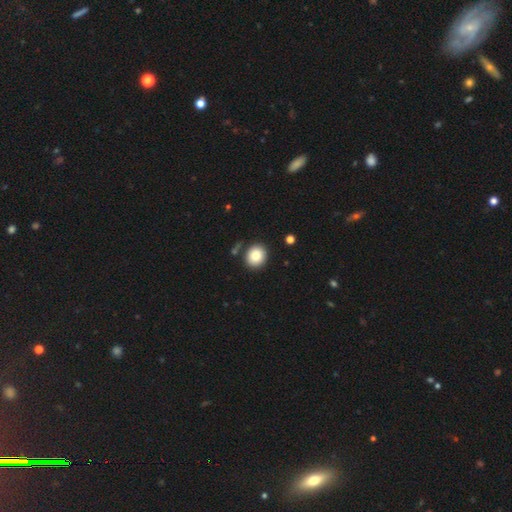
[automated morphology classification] This is clearly a smooth galaxy (84%). How rounded: likely round (75%). Merging: clearly none (83%).